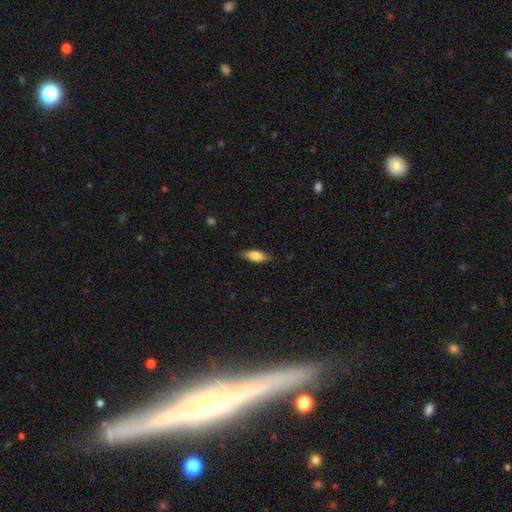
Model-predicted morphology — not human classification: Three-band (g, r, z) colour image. It shows a smooth galaxy with no disk features (77%) that is in between round and cigar-shaped (69%). Merging: none (84%).